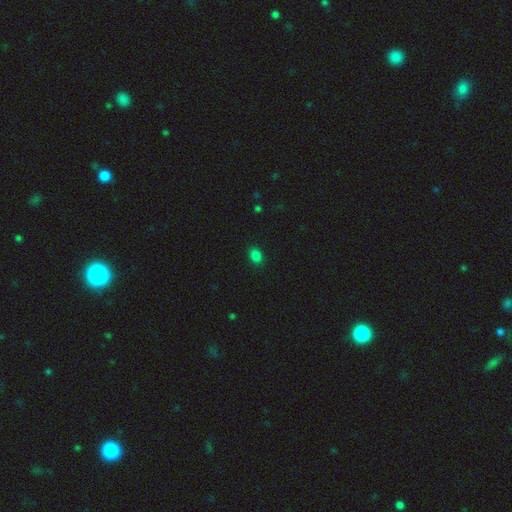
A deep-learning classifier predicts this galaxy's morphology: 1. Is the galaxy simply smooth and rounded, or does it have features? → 83% smooth, 13% star or artifact, 4% featured or disk.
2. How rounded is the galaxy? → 76% in between, 23% round, 1% cigar-shaped.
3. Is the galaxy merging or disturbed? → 89% none, 8% minor disturbance, 2% major disturbance, 1% merger.